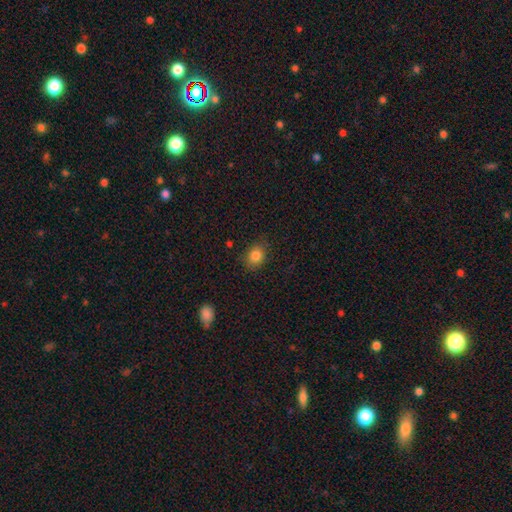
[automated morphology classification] The model was most divided on "how rounded": in between: 52%, round: 47%, cigar-shaped: 1%. More confident: smooth or featured — smooth (83%); merging — none (81%).